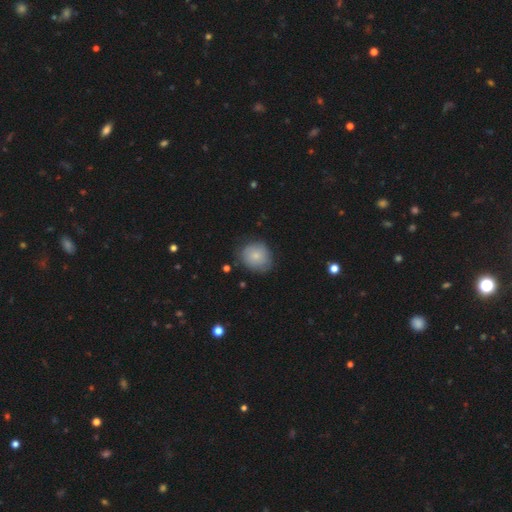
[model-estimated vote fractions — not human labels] Smooth or featured? Predicted: smooth (p=0.78). How rounded? Predicted: round (p=0.73). Merging? Predicted: none (p=0.73).